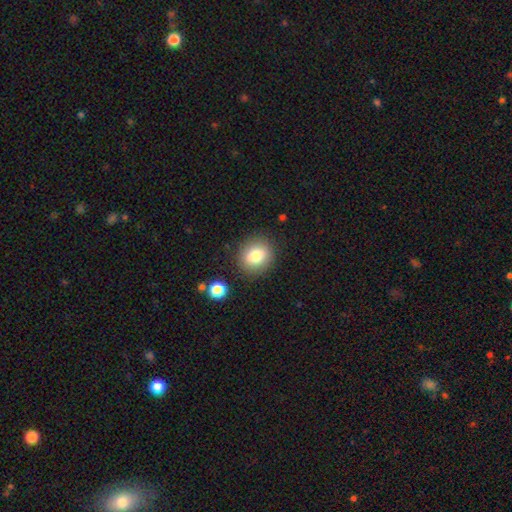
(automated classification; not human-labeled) Smooth or featured? smooth (81%)
How rounded? round (78%)
Merging? none (86%)